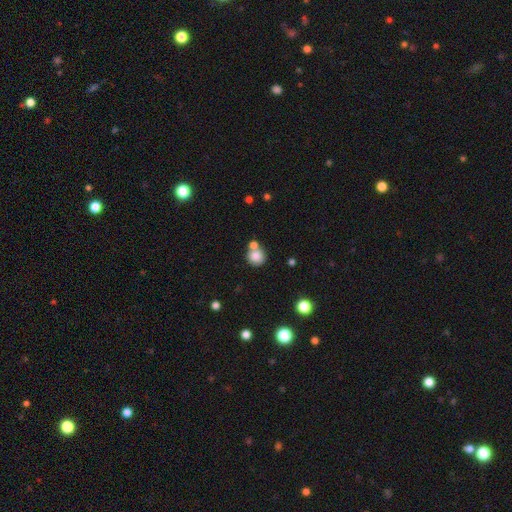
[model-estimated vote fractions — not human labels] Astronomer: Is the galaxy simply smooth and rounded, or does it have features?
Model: smooth — 83%.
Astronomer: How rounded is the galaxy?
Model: round — 90%.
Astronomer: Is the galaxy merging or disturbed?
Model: none — 58%.